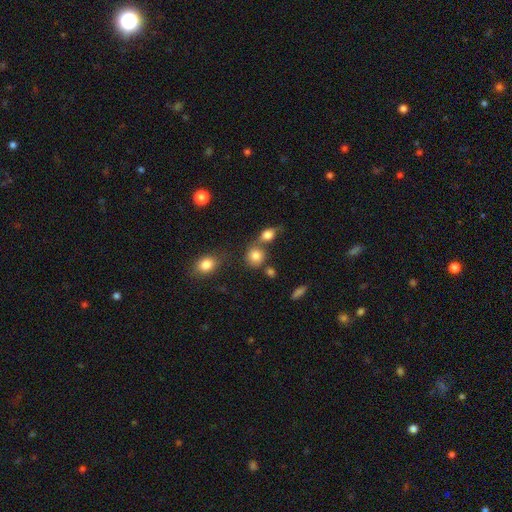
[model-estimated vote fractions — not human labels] smooth_or_featured: smooth (p=0.81) [alt: star or artifact p=0.11]
how_rounded: round (p=0.80) [alt: in between p=0.19]
merging: none (p=0.57) [alt: merger p=0.28]